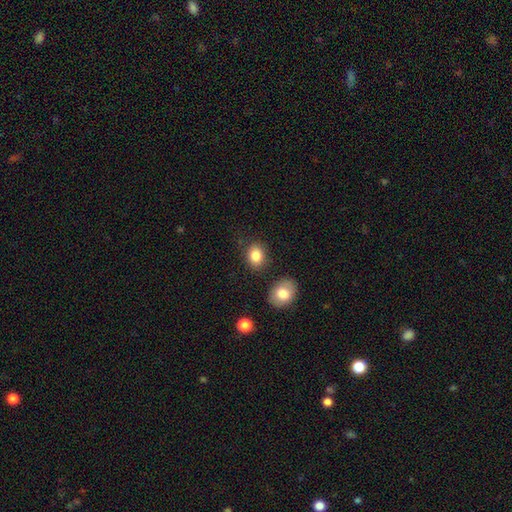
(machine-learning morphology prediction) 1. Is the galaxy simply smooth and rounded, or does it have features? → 84% smooth, 9% star or artifact, 7% featured or disk.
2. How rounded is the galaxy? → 55% in between, 44% round, 1% cigar-shaped.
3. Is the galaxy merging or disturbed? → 80% none, 11% minor disturbance, 5% merger, 3% major disturbance.